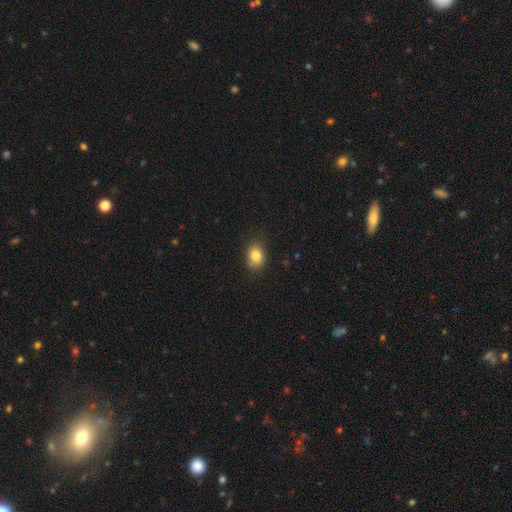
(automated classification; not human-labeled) Smooth or featured?
  - smooth: 84% *
  - star or artifact: 9%
  - featured or disk: 7%
How rounded?
  - in between: 66% *
  - round: 33%
  - cigar-shaped: 1%
Merging?
  - none: 79% *
  - minor disturbance: 16%
  - major disturbance: 3%
  - merger: 1%